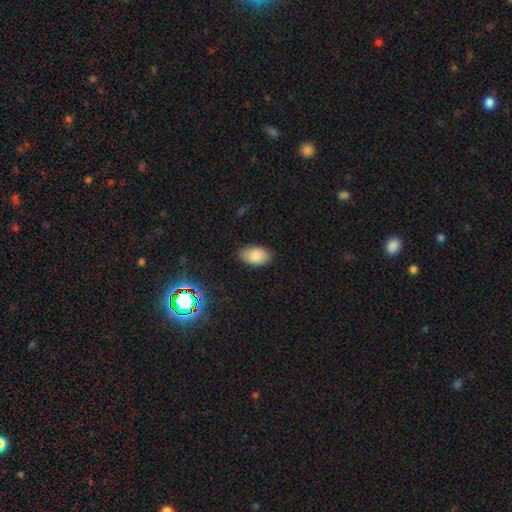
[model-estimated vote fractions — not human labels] A smooth galaxy with no disk features (86%) that is in between round and cigar-shaped (93%).

Vote fractions:
- Smooth or featured? smooth: 86% / star or artifact: 9% / featured or disk: 5%
- How rounded? in between: 93% / round: 5% / cigar-shaped: 1%
- Merging? none: 85% / minor disturbance: 11% / major disturbance: 3% / merger: 1%